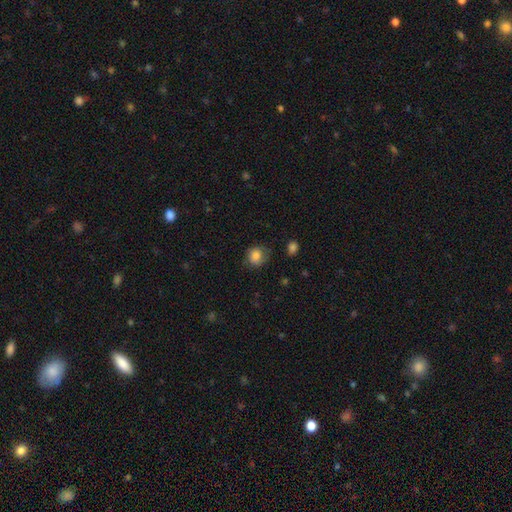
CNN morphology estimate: The model was most divided on "merging": none: 67%, minor disturbance: 24%, major disturbance: 8%, merger: 1%. More confident: smooth or featured — smooth (81%); how rounded — round (75%).